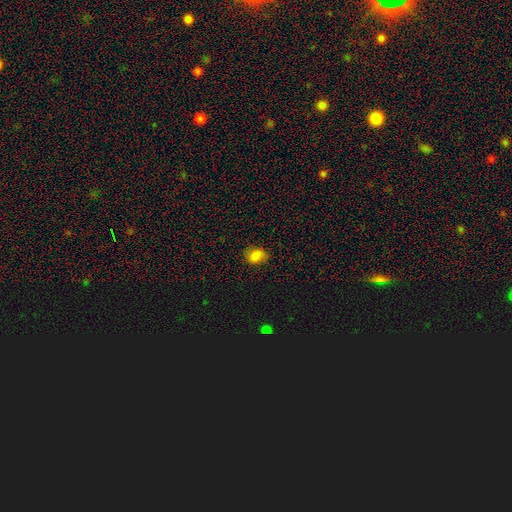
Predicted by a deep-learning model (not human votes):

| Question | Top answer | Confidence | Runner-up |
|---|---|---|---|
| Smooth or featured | smooth | 81% | star or artifact (12%) |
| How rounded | in between | 52% | round (47%) |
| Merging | none | 76% | minor disturbance (19%) |